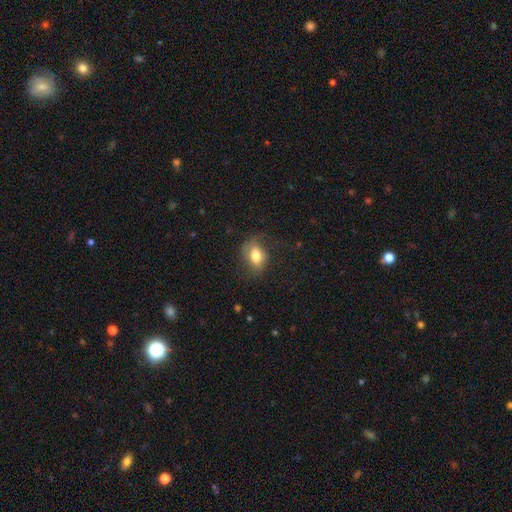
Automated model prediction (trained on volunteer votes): Morphology: type=smooth (75%); roundness=in between (76%); merging=none (67%).